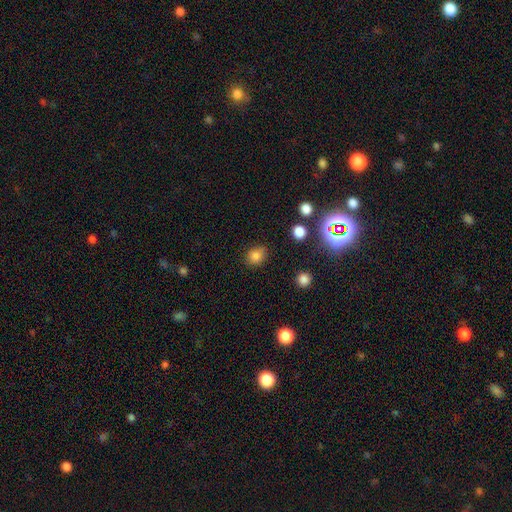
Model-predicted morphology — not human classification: Smooth or featured? smooth (81%)
How rounded? round (63%)
Merging? none (79%)